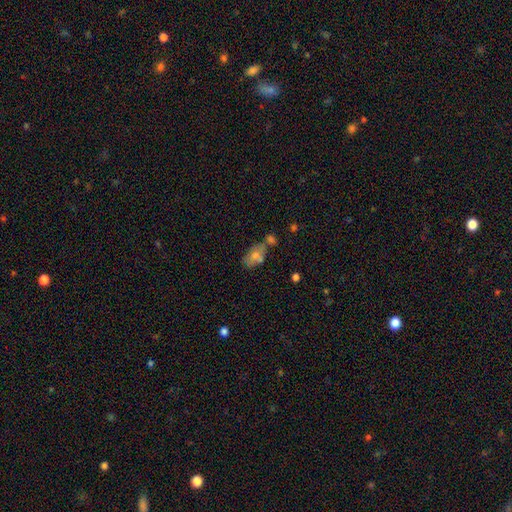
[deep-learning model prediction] Smooth or featured?
  - smooth: 59% *
  - featured or disk: 29%
  - star or artifact: 12%
How rounded?
  - in between: 87% *
  - round: 10%
  - cigar-shaped: 3%
Merging?
  - none: 42% *
  - merger: 29%
  - minor disturbance: 20%
  - major disturbance: 9%